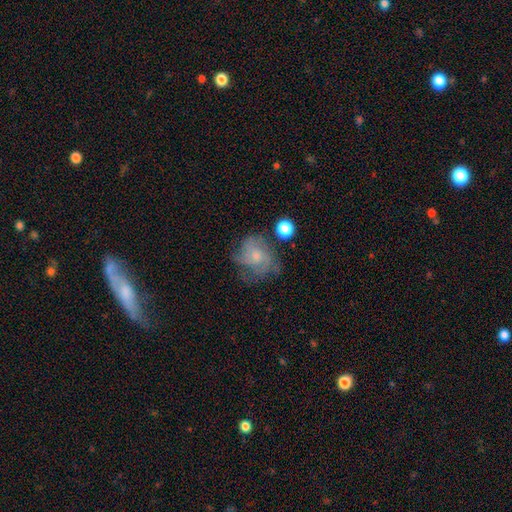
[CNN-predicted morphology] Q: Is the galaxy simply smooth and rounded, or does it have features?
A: featured or disk — 59%.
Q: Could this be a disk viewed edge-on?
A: no — 98%.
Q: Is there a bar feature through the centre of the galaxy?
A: no — 78%.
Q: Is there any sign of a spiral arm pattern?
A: yes — 81%.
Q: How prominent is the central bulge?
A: small — 54%.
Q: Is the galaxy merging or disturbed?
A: none — 52%.